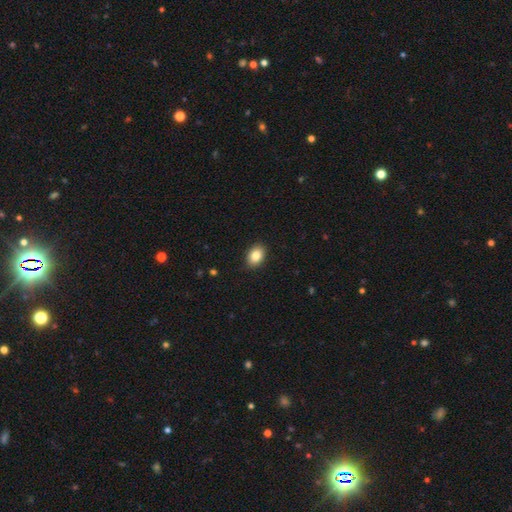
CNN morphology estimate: smooth_or_featured: smooth (p=0.85) [alt: star or artifact p=0.08]
how_rounded: in between (p=0.79) [alt: round p=0.20]
merging: none (p=0.89) [alt: minor disturbance p=0.09]